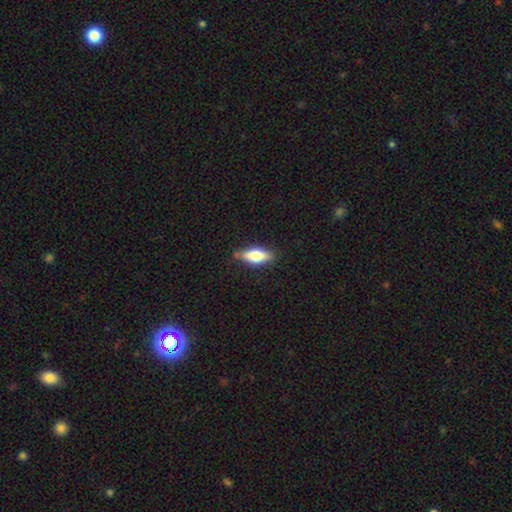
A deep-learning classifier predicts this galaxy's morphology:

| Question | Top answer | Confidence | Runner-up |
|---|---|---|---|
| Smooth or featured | smooth | 61% | featured or disk (32%) |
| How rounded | in between | 69% | cigar-shaped (27%) |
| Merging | none | 80% | minor disturbance (15%) |